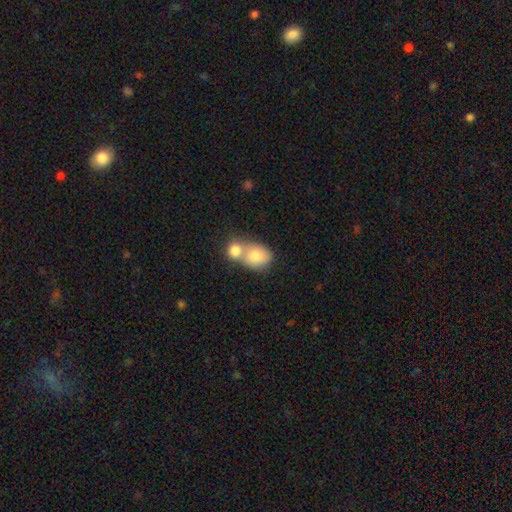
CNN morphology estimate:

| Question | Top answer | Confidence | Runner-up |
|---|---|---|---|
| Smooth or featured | smooth | 80% | featured or disk (12%) |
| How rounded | in between | 54% | round (45%) |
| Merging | merger | 64% | none (25%) |